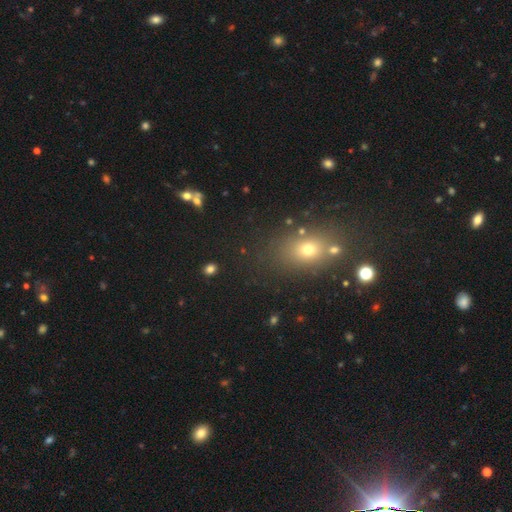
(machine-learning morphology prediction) This is possibly a smooth galaxy (46%). Merging: likely none (75%).